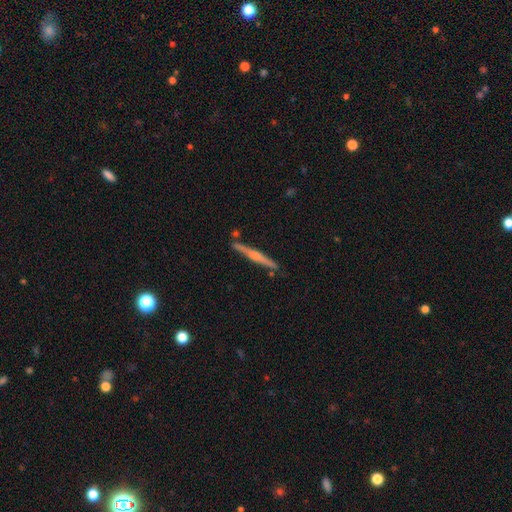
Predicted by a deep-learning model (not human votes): Smooth or featured? Predicted: featured or disk (p=0.66). Edge-on disk? Predicted: yes (p=0.98). Edge-on bulge? Predicted: rounded (p=0.66). Merging? Predicted: none (p=0.85).